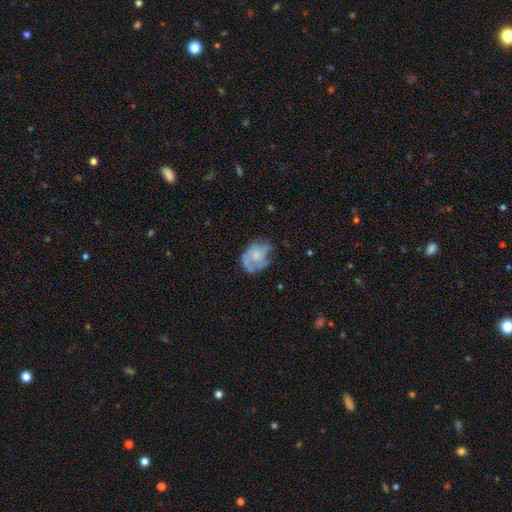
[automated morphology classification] Smooth or featured? featured or disk (48%)
Merging? none (45%)